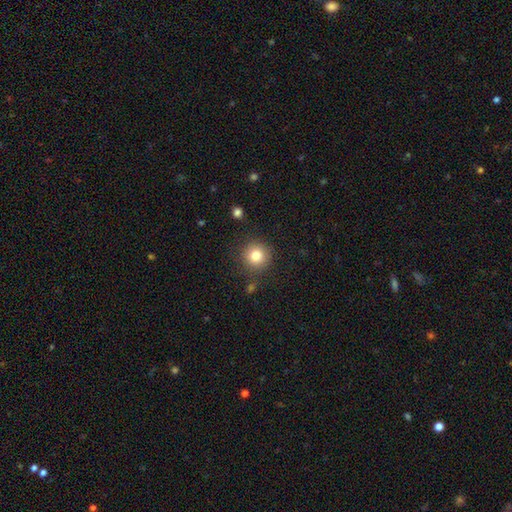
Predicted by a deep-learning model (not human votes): Q: Smooth or featured?
A: smooth (81%); runner-up: star or artifact (11%)
Q: How rounded?
A: round (95%); runner-up: in between (4%)
Q: Merging?
A: none (86%); runner-up: minor disturbance (8%)